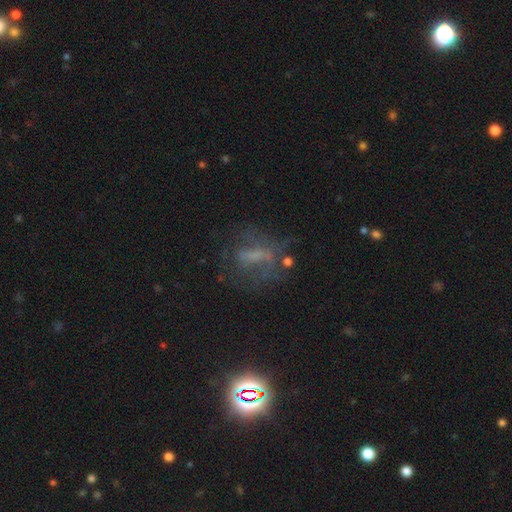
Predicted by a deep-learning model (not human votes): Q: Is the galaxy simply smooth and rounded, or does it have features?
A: featured or disk — 47%.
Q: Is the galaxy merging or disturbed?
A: none — 50%.